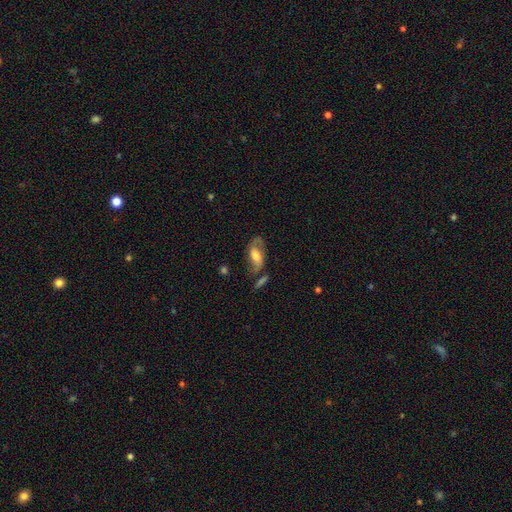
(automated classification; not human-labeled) Smooth or featured: featured or disk — 53% (smooth — 40%)
Edge-on disk: no — 90% (yes — 10%)
Merging: none — 53% (minor disturbance — 23%)